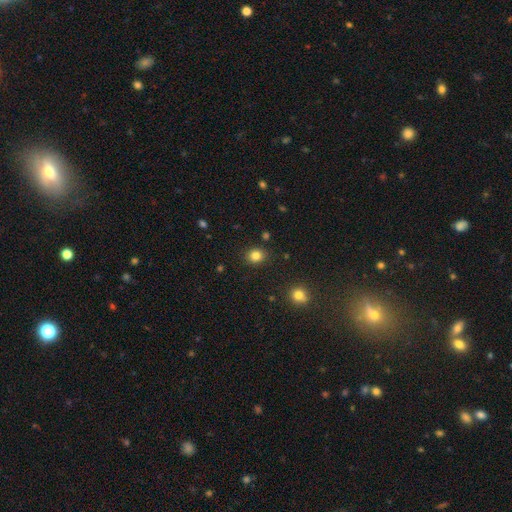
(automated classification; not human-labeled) Q: Smooth or featured?
A: smooth (82%); runner-up: star or artifact (12%)
Q: How rounded?
A: round (70%); runner-up: in between (29%)
Q: Merging?
A: none (88%); runner-up: minor disturbance (7%)